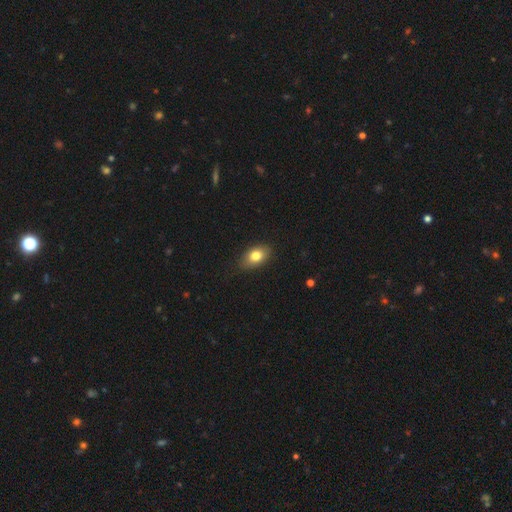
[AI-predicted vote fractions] Smooth or featured? smooth (79%)
How rounded? in between (85%)
Merging? none (82%)